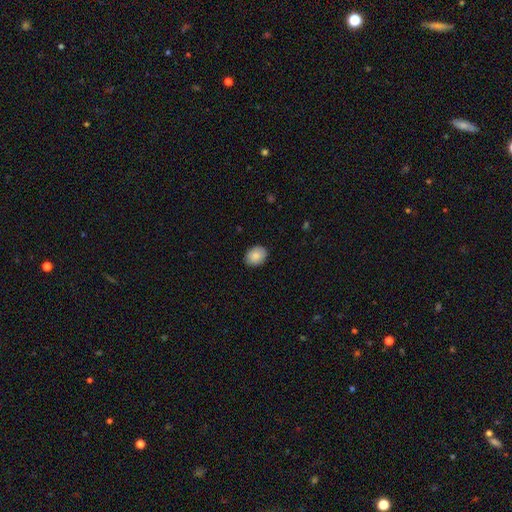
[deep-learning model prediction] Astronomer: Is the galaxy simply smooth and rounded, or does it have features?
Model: smooth — 86%.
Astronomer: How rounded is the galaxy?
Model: in between — 61% (runner-up: round, 38%).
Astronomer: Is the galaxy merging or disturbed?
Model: none — 87%.